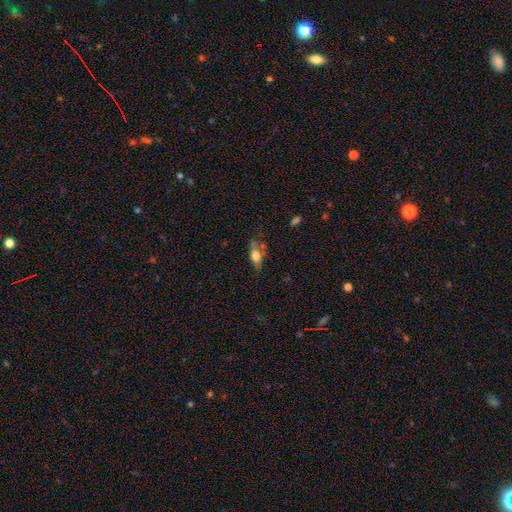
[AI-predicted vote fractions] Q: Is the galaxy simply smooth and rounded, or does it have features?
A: smooth — 67%.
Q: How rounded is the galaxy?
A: in between — 77%.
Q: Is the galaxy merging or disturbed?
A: none — 52%.